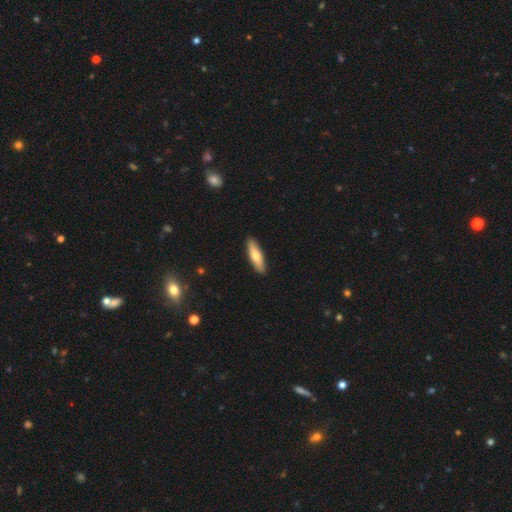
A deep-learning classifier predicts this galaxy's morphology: This is likely a smooth galaxy (63%). How rounded: likely cigar-shaped (67%). Merging: clearly none (91%).